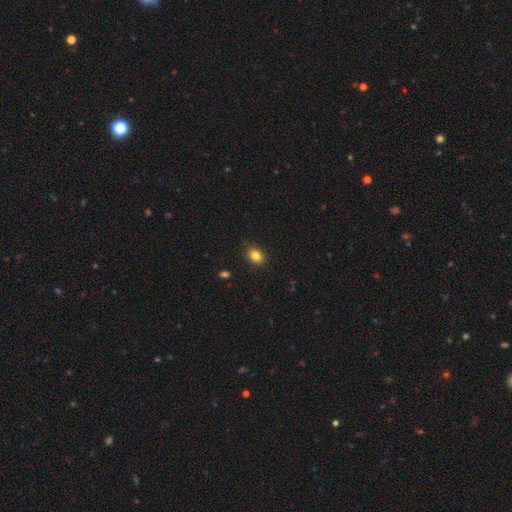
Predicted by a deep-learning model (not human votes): Q: Smooth or featured?
A: smooth (84%); runner-up: star or artifact (10%)
Q: How rounded?
A: in between (63%); runner-up: round (36%)
Q: Merging?
A: none (89%); runner-up: minor disturbance (8%)